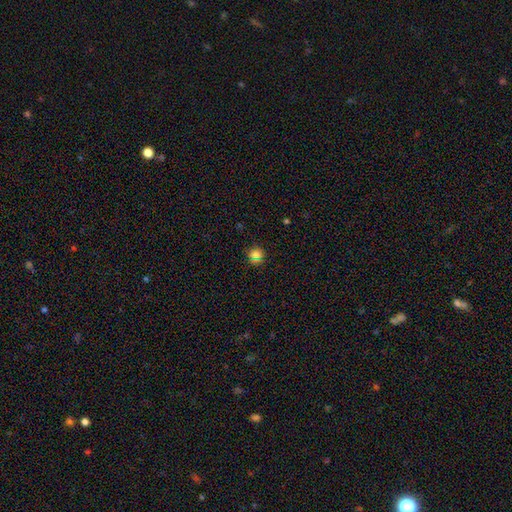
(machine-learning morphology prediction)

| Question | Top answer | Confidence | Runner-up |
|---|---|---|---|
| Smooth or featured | smooth | 66% | star or artifact (27%) |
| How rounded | round | 92% | in between (7%) |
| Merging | none | 88% | minor disturbance (7%) |